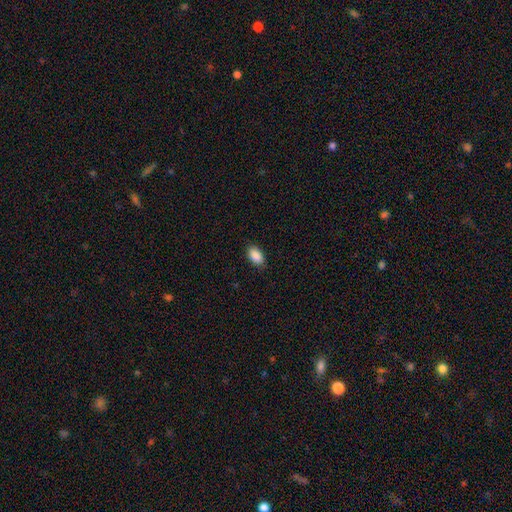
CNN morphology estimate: This appears to be a smooth galaxy with no disk features (90%) that is in between round and cigar-shaped (93%). Merging: none (85%).